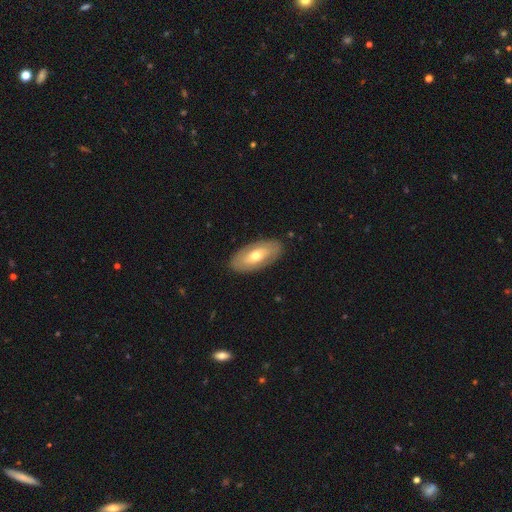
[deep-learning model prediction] smooth_or_featured: smooth (p=0.52) [alt: featured or disk p=0.43]
how_rounded: in between (p=0.90) [alt: cigar-shaped p=0.06]
merging: none (p=0.86) [alt: minor disturbance p=0.10]